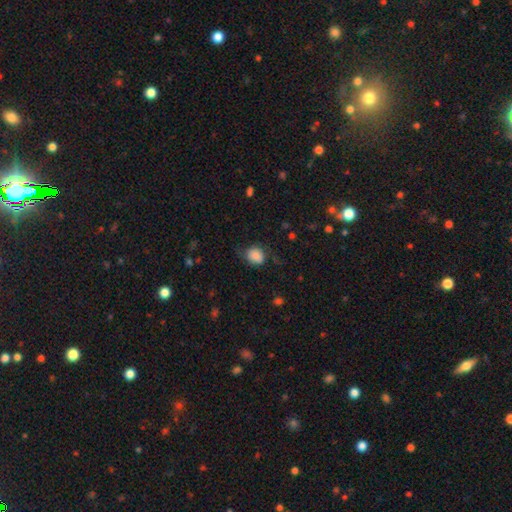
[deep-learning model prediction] Overall: smooth (80%). How rounded: round (61%; in between 38%). Merging: none (61%; minor disturbance 26%).